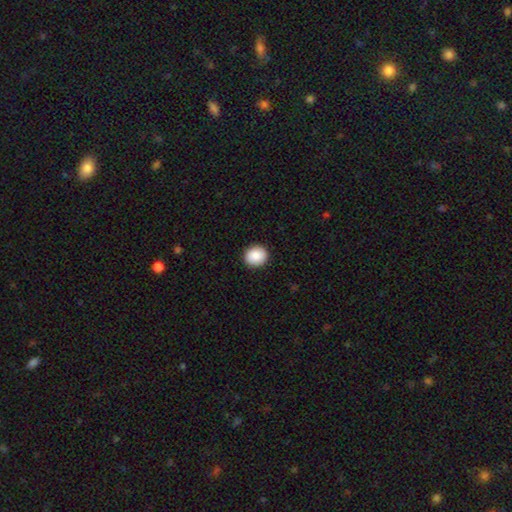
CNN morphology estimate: smooth 89%, star or artifact 7%, featured or disk 3%. Down the decision tree: how rounded — round (81%); merging — none (92%).